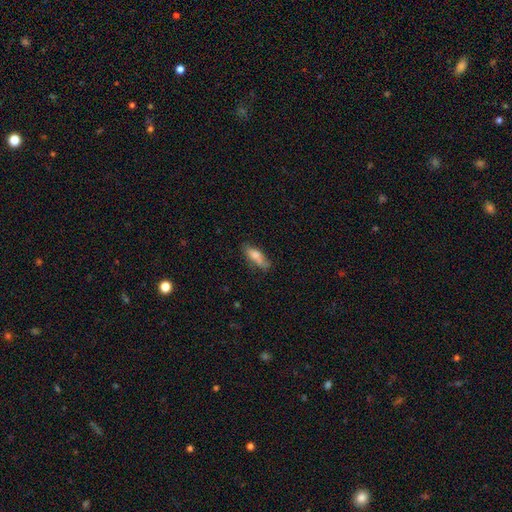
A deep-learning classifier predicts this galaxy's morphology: A smooth galaxy with no disk features (76%) that is in between round and cigar-shaped (60%).

Vote fractions:
- Smooth or featured? smooth: 76% / featured or disk: 17% / star or artifact: 7%
- How rounded? in between: 60% / cigar-shaped: 37% / round: 2%
- Merging? none: 59% / minor disturbance: 28% / major disturbance: 8% / merger: 5%